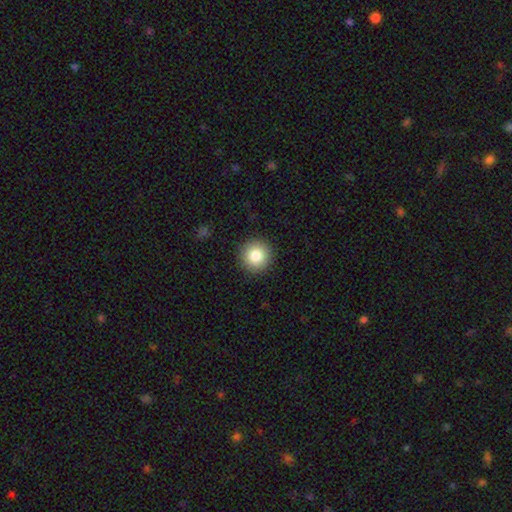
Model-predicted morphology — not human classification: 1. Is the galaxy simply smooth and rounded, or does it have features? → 84% smooth, 9% star or artifact, 7% featured or disk.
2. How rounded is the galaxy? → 95% round, 4% in between, 1% cigar-shaped.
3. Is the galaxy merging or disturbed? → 92% none, 5% minor disturbance, 2% major disturbance, 1% merger.